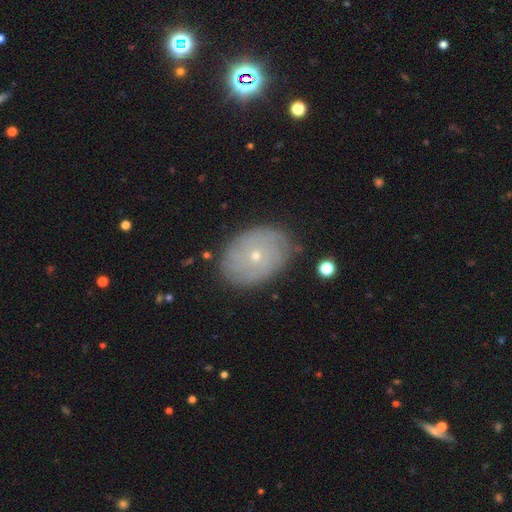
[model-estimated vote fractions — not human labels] This is possibly a featured or disk galaxy (55%). It is clearly not viewed edge-on (95%). Bar: clearly no (88%). Spiral arm pattern: possibly yes (60%). Central bulge: likely small (80%). Merging: clearly none (81%).